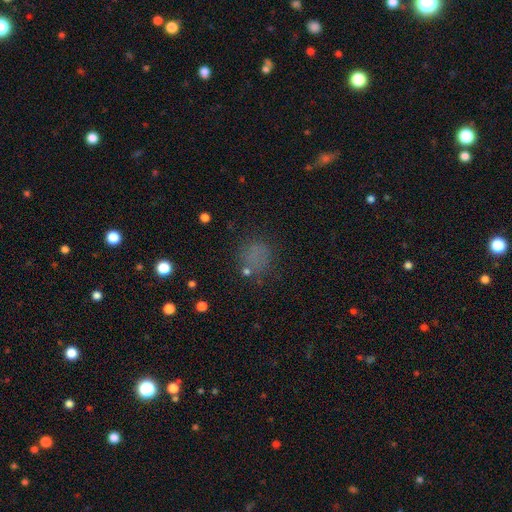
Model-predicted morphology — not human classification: Smooth or featured: smooth — 65% (star or artifact — 24%)
How rounded: round — 78% (in between — 21%)
Merging: none — 70% (minor disturbance — 16%)